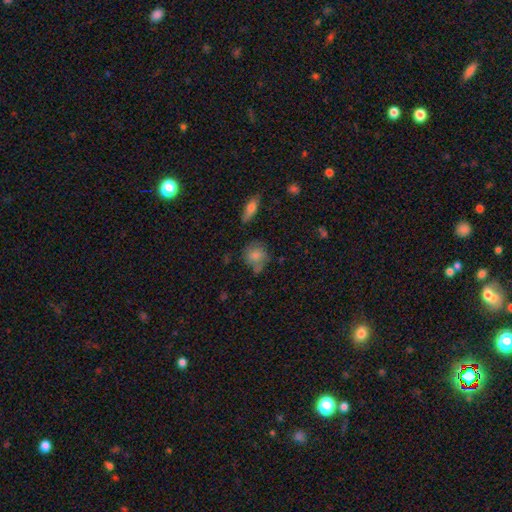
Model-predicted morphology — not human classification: This appears to be a smooth galaxy with no disk features (74%) that is round (73%). Merging: none (57%).